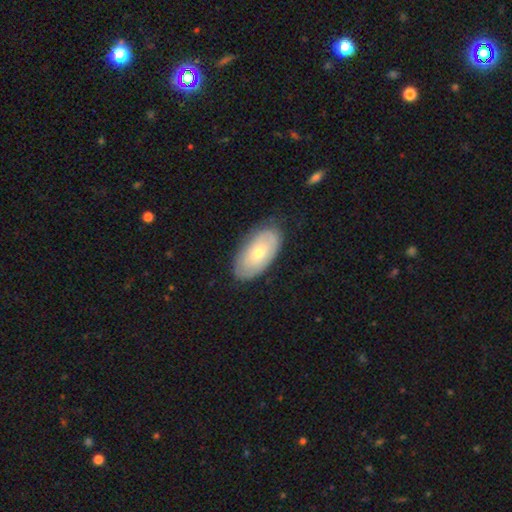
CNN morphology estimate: Smooth or featured?
  - smooth: 49% *
  - featured or disk: 45%
  - star or artifact: 6%
Merging?
  - none: 79% *
  - minor disturbance: 16%
  - major disturbance: 4%
  - merger: 1%